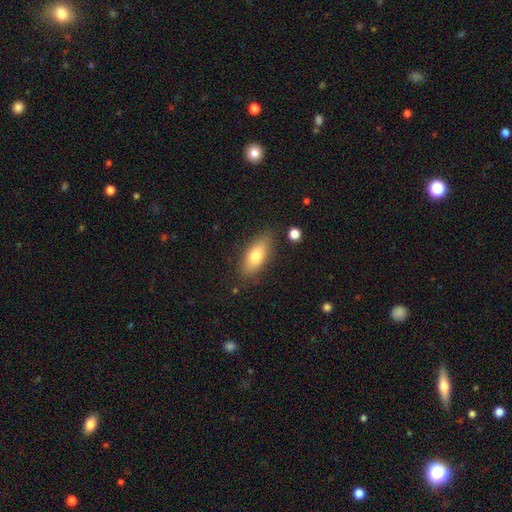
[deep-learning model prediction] A smooth galaxy with no disk features (74%) that is in between round and cigar-shaped (78%). Merging: none (82%).